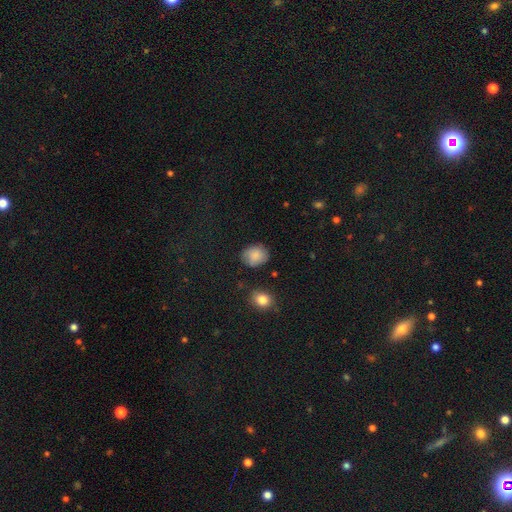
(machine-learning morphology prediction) Smooth or featured? smooth (78%)
How rounded? round (61%)
Merging? none (76%)